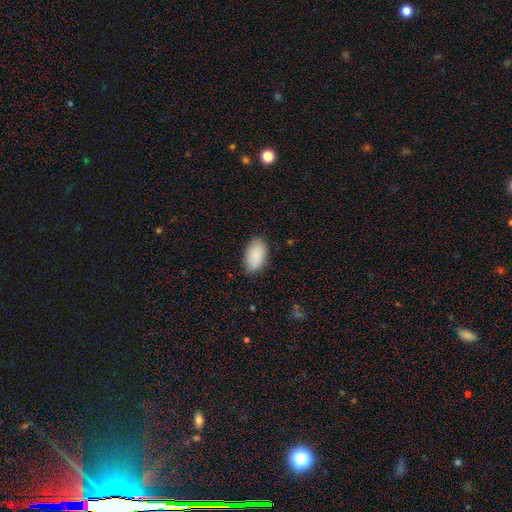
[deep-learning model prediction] Smooth or featured: smooth — 87% (featured or disk — 7%)
How rounded: in between — 94% (round — 5%)
Merging: none — 82% (minor disturbance — 14%)